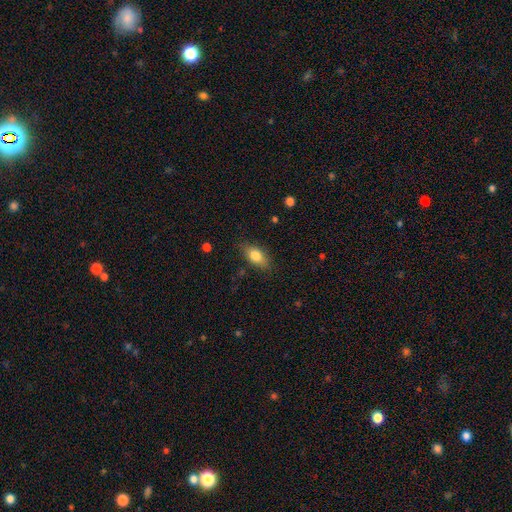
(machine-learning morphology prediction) Q: Smooth or featured?
A: smooth (79%); runner-up: featured or disk (13%)
Q: How rounded?
A: in between (84%); runner-up: cigar-shaped (9%)
Q: Merging?
A: none (80%); runner-up: minor disturbance (15%)